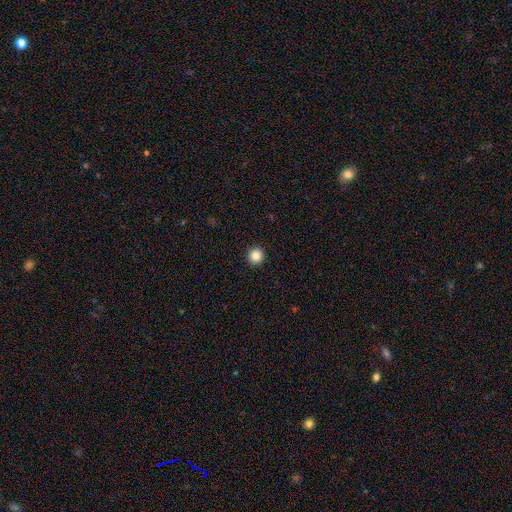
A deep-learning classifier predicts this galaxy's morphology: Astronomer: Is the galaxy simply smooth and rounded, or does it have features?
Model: smooth — 85%.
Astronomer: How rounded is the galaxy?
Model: round — 95%.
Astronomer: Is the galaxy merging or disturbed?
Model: none — 94%.